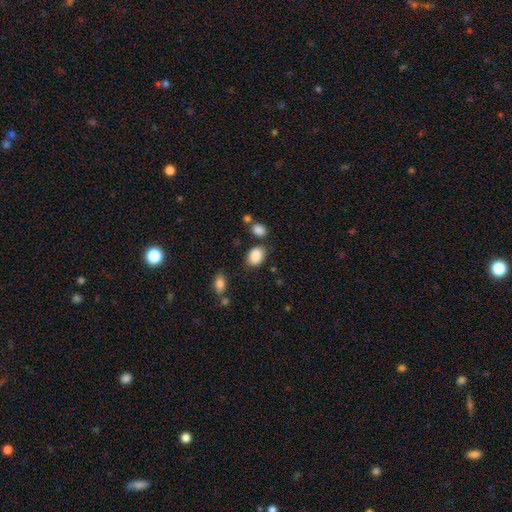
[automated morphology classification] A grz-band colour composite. It shows a smooth galaxy with no disk features (88%) that is in between round and cigar-shaped (68%). Merging: none (74%).